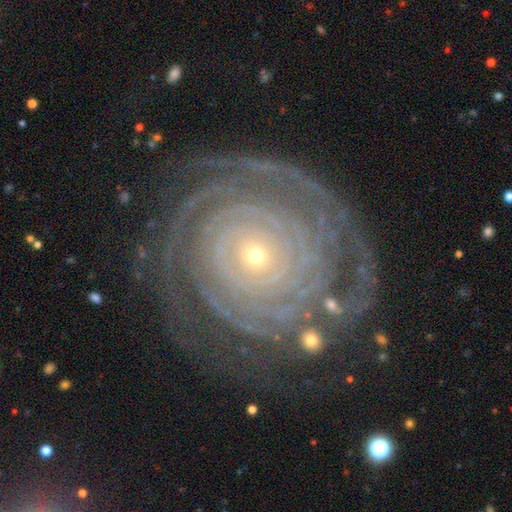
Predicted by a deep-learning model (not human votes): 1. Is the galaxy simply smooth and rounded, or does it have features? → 88% featured or disk, 7% star or artifact, 5% smooth.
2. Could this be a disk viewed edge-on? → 97% no, 3% yes.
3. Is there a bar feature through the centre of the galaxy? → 80% no, 12% weak, 8% strong.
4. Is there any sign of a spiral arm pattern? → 97% yes, 3% no.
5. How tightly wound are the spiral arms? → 89% tight, 9% medium, 2% loose.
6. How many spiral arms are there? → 25% can't tell, 21% more than 4, 17% 4, 16% 2, 14% 3, 8% 1.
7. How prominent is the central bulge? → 81% small, 15% moderate, 2% large, 1% dominant, 1% none.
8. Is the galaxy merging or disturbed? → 78% none, 14% minor disturbance, 6% major disturbance, 2% merger.